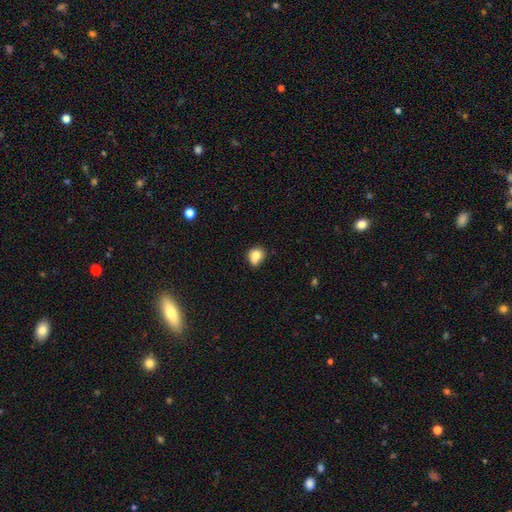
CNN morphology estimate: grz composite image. It shows a smooth galaxy with no disk features (81%) that is round (68%). Merging: none (52%).